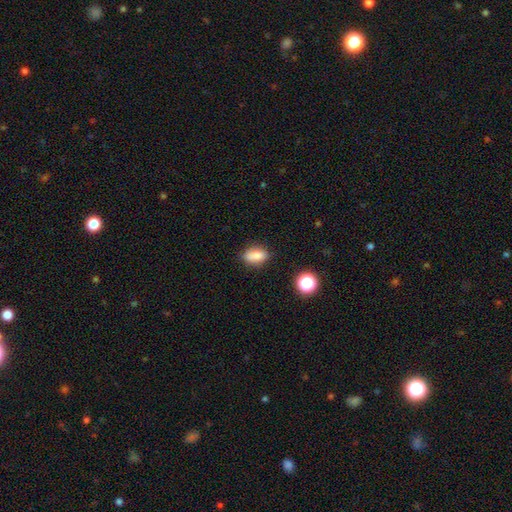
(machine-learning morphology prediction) A smooth galaxy with no disk features (83%) that is in between round and cigar-shaped (81%).

Vote fractions:
- Smooth or featured? smooth: 83% / star or artifact: 10% / featured or disk: 7%
- How rounded? in between: 81% / round: 11% / cigar-shaped: 8%
- Merging? none: 82% / minor disturbance: 13% / major disturbance: 3% / merger: 2%